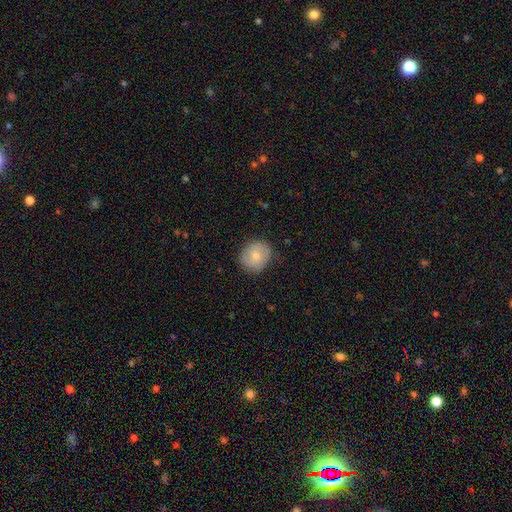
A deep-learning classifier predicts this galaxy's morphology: smooth-or-featured: smooth: 67% | featured or disk: 27% | star or artifact: 7%
  how-rounded: round: 77% | in between: 22% | cigar-shaped: 1%
  merging: none: 80% | minor disturbance: 16% | major disturbance: 4% | merger: 1%